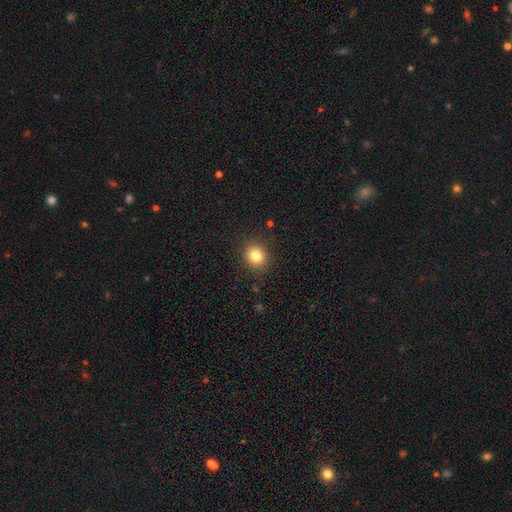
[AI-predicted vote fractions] smooth-or-featured: smooth: 81% | star or artifact: 12% | featured or disk: 7%
  how-rounded: round: 82% | in between: 17% | cigar-shaped: 1%
  merging: none: 89% | minor disturbance: 7% | major disturbance: 2% | merger: 1%